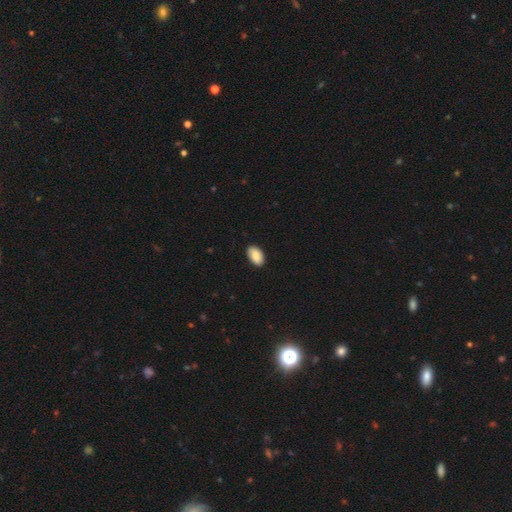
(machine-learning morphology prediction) Smooth or featured?
  - smooth: 87% *
  - featured or disk: 7%
  - star or artifact: 6%
How rounded?
  - in between: 94% *
  - round: 4%
  - cigar-shaped: 1%
Merging?
  - none: 88% *
  - minor disturbance: 9%
  - major disturbance: 2%
  - merger: 1%